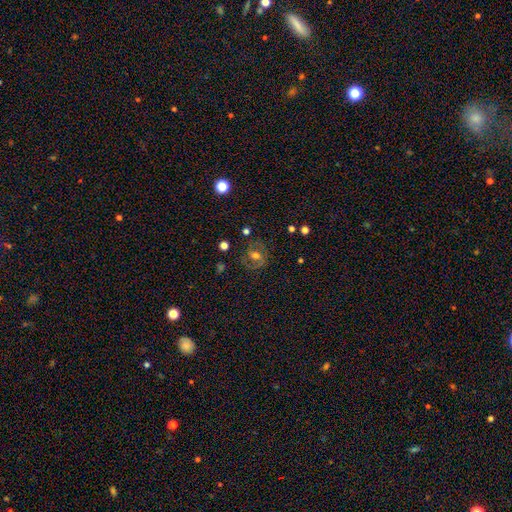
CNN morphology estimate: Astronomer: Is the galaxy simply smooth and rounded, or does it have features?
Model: featured or disk — 61%.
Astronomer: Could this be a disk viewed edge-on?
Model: no — 96%.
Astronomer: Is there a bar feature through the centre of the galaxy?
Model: weak — 43% (runner-up: no, 36%).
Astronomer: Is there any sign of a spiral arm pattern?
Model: yes — 76%.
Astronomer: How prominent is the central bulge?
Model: moderate — 65%.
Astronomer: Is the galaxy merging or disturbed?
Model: none — 72%.